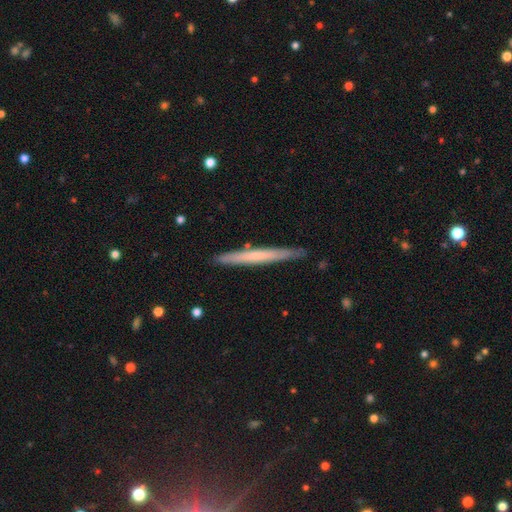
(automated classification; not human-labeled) Smooth or featured: smooth — 51% (featured or disk — 44%)
How rounded: cigar-shaped — 97% (in between — 2%)
Merging: none — 88% (minor disturbance — 9%)